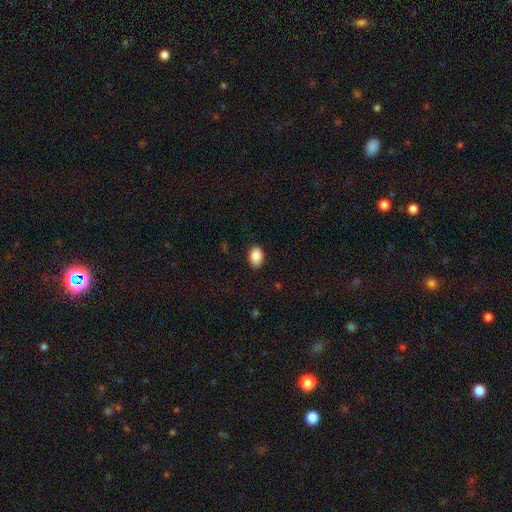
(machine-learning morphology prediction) Smooth or featured? Predicted: smooth (p=0.89). How rounded? Predicted: in between (p=0.85). Merging? Predicted: none (p=0.88).